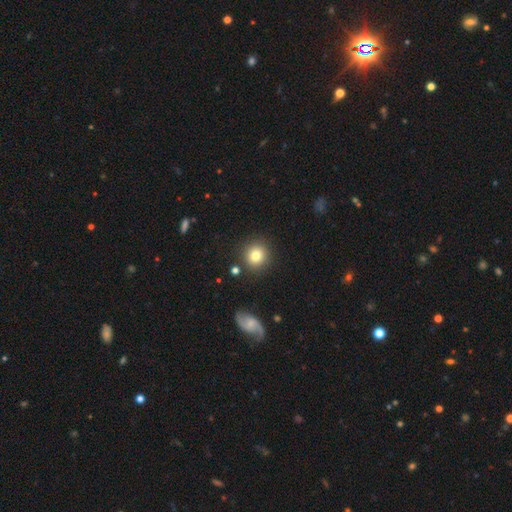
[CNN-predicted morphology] Smooth or featured? smooth (79%)
How rounded? round (89%)
Merging? none (86%)